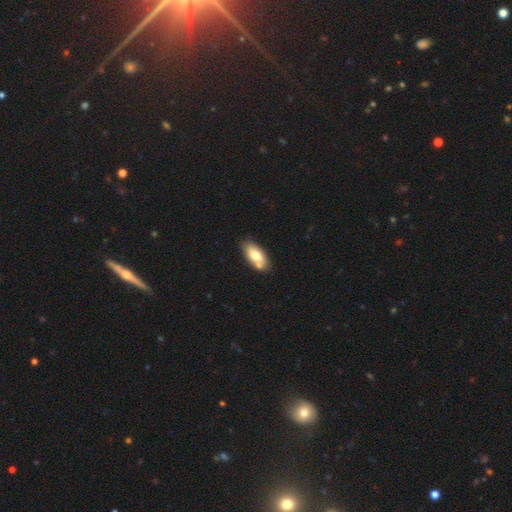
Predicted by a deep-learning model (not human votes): The model was most divided on "smooth or featured": smooth: 69%, featured or disk: 24%, star or artifact: 6%. More confident: how rounded — in between (89%); merging — none (68%).